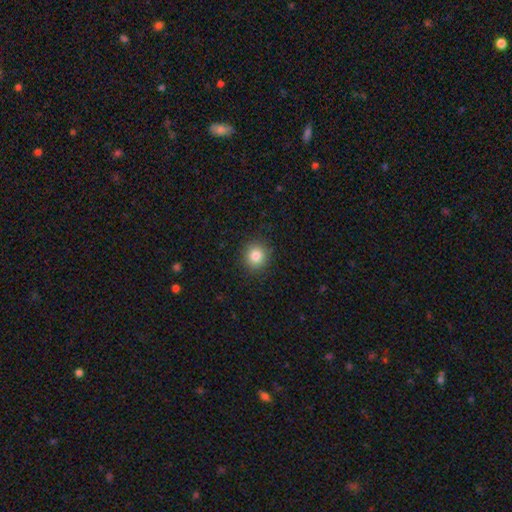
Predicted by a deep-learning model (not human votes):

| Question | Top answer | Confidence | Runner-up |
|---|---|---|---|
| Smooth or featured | smooth | 83% | star or artifact (11%) |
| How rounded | round | 89% | in between (10%) |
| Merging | none | 90% | minor disturbance (7%) |